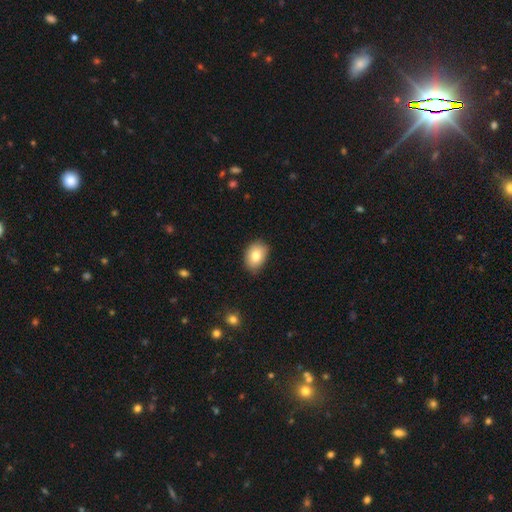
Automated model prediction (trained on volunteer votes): Smooth or featured: smooth — 81% (featured or disk — 11%)
How rounded: in between — 79% (round — 20%)
Merging: none — 82% (minor disturbance — 15%)